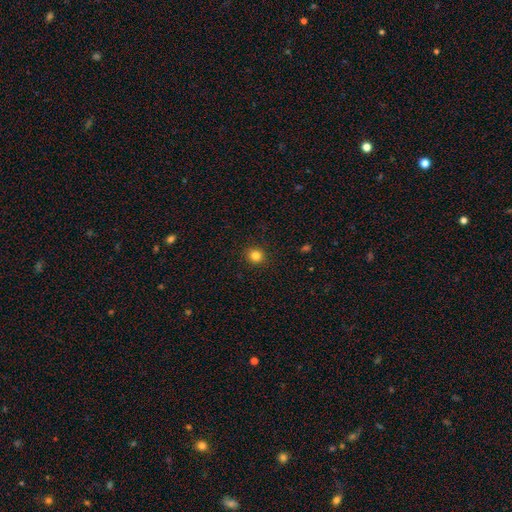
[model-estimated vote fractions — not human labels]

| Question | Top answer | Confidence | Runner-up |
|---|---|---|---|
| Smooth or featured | smooth | 83% | star or artifact (12%) |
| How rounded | round | 86% | in between (13%) |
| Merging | none | 91% | minor disturbance (6%) |